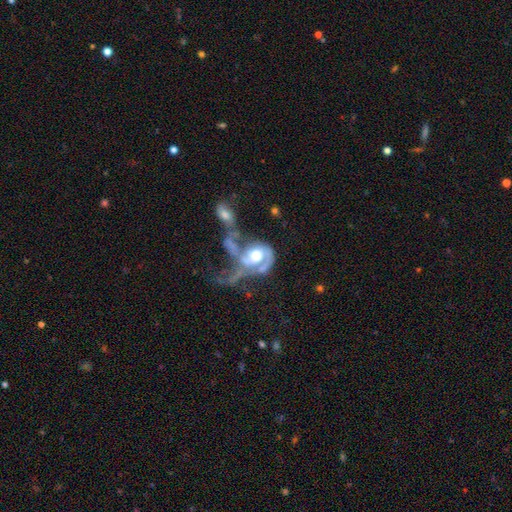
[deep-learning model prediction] This appears to be a featured or disk galaxy (79%) with no bar (71%), 2 (47%) medium (36%) spiral arms (81%) and a moderate central bulge (56%). Merging: merger (47%).